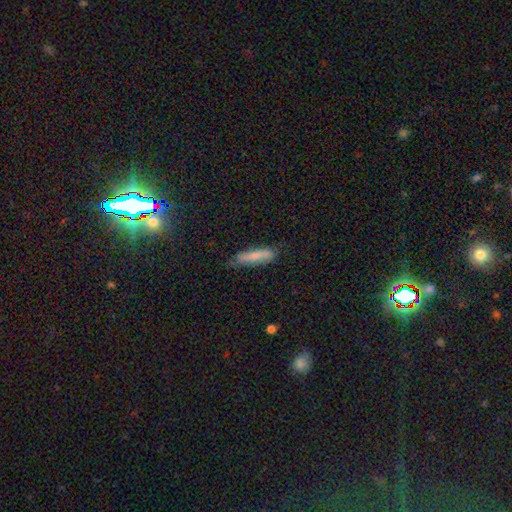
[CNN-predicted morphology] Smooth or featured? Predicted: smooth (p=0.71). How rounded? Predicted: cigar-shaped (p=0.80). Merging? Predicted: none (p=0.73).